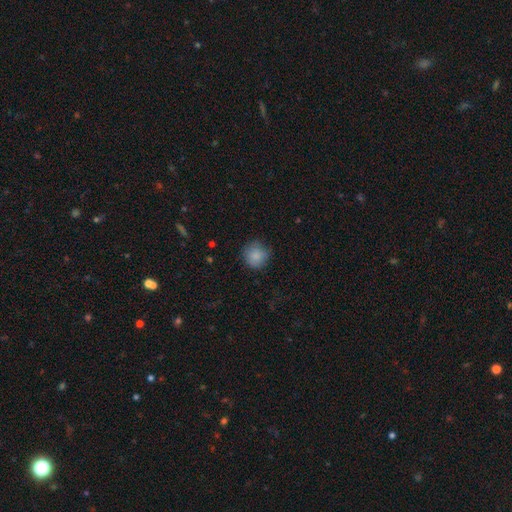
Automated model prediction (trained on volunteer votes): Smooth or featured? smooth (86%)
How rounded? round (91%)
Merging? none (80%)